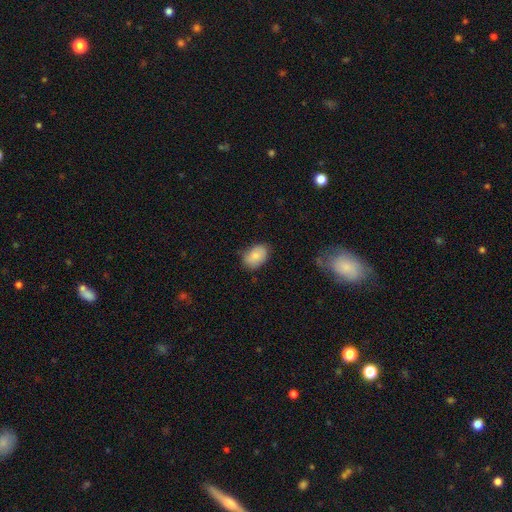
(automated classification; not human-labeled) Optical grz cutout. It shows a smooth galaxy with no disk features (84%) that is in between round and cigar-shaped (83%). Merging: none (77%).